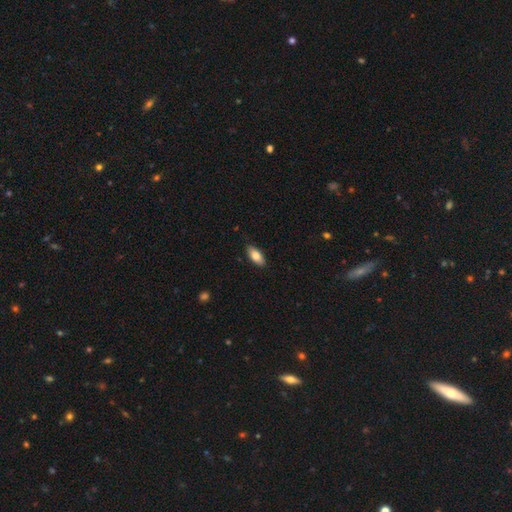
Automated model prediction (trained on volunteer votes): Q: Smooth or featured?
A: smooth (82%); runner-up: featured or disk (11%)
Q: How rounded?
A: in between (88%); runner-up: cigar-shaped (10%)
Q: Merging?
A: none (87%); runner-up: minor disturbance (10%)